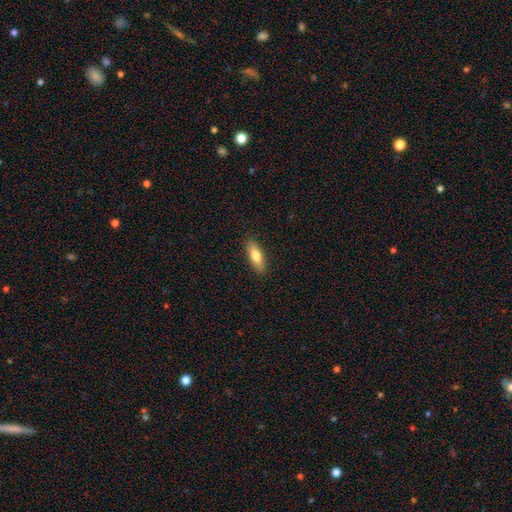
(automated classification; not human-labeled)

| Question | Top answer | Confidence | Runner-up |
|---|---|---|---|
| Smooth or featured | smooth | 78% | featured or disk (16%) |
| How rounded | in between | 61% | cigar-shaped (37%) |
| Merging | none | 88% | minor disturbance (9%) |